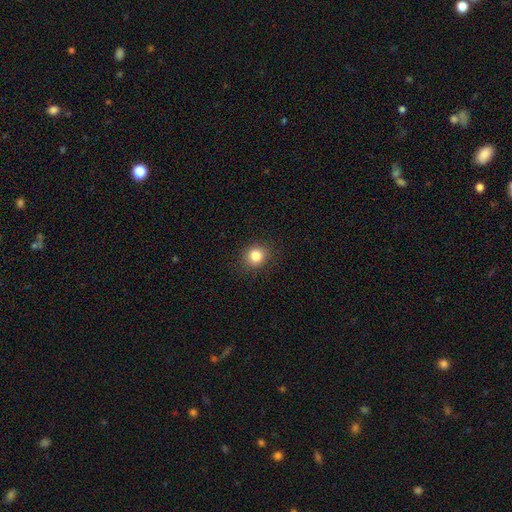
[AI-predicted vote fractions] The model was most divided on "how rounded": round: 80%, in between: 19%, cigar-shaped: 1%. More confident: merging — none (89%); smooth or featured — smooth (83%).